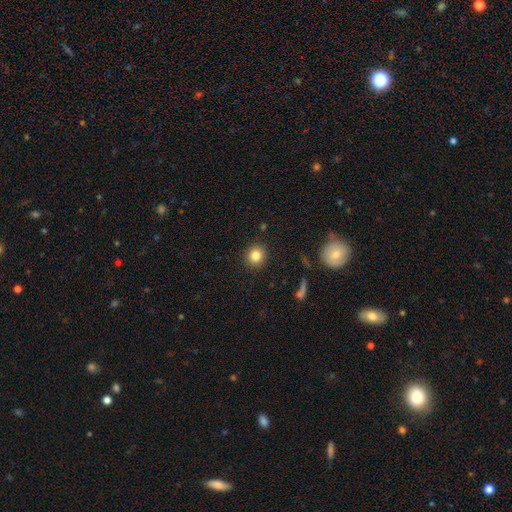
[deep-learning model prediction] smooth-or-featured: smooth: 83% | star or artifact: 11% | featured or disk: 6%
  how-rounded: round: 88% | in between: 11% | cigar-shaped: 1%
  merging: none: 91% | minor disturbance: 6% | major disturbance: 2% | merger: 1%